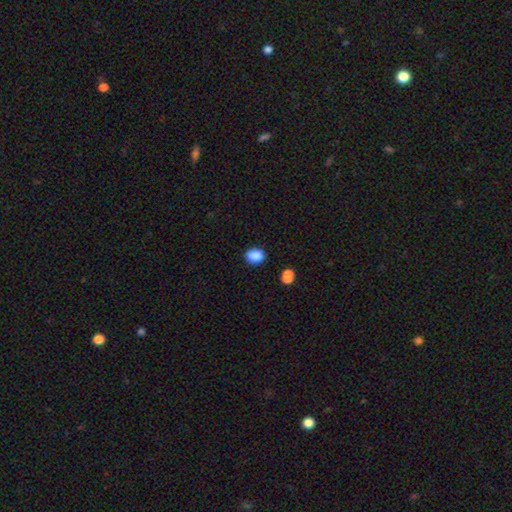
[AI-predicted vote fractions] smooth 86%, star or artifact 9%, featured or disk 4%. Down the decision tree: how rounded — in between (70%); merging — none (75%).